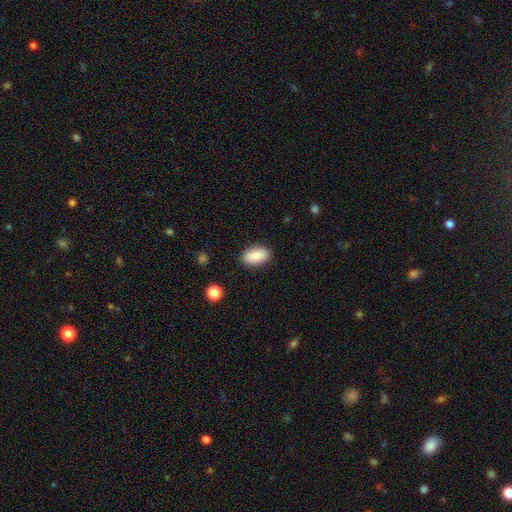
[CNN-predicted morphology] Overall: smooth (89%). How rounded: in between (92%). Merging: none (87%).